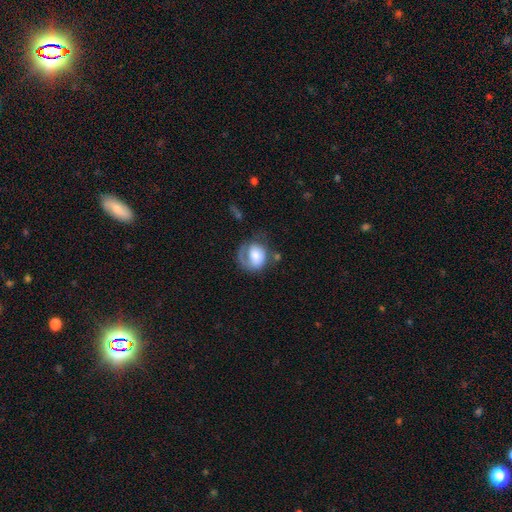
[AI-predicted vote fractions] Smooth or featured? smooth (51%)
How rounded? round (63%)
Merging? none (42%)